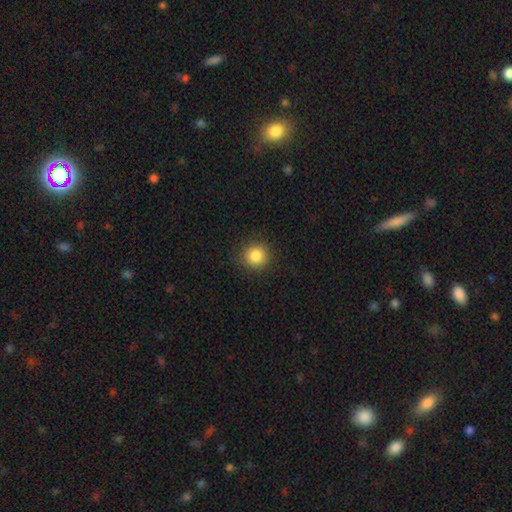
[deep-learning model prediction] This is clearly a smooth galaxy (84%). How rounded: clearly round (92%). Merging: clearly none (87%).